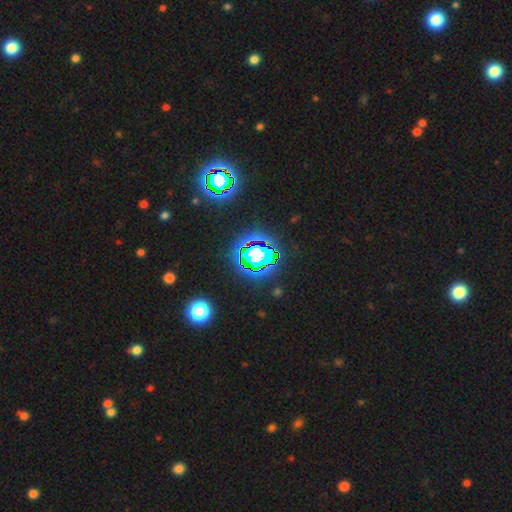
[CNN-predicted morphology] Overall: star or artifact (74%).